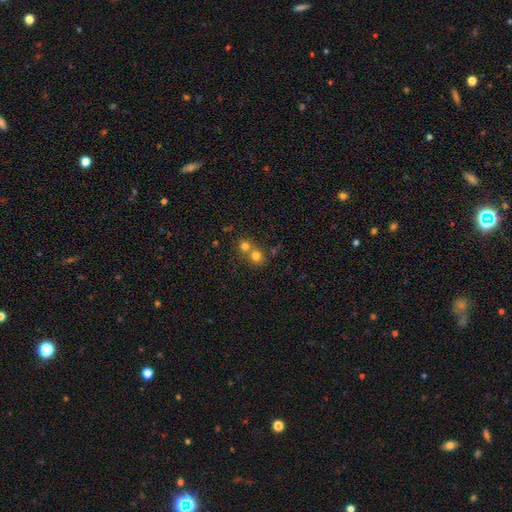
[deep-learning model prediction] Q: Smooth or featured?
A: smooth (75%); runner-up: star or artifact (14%)
Q: How rounded?
A: round (84%); runner-up: in between (15%)
Q: Merging?
A: merger (51%); runner-up: none (42%)